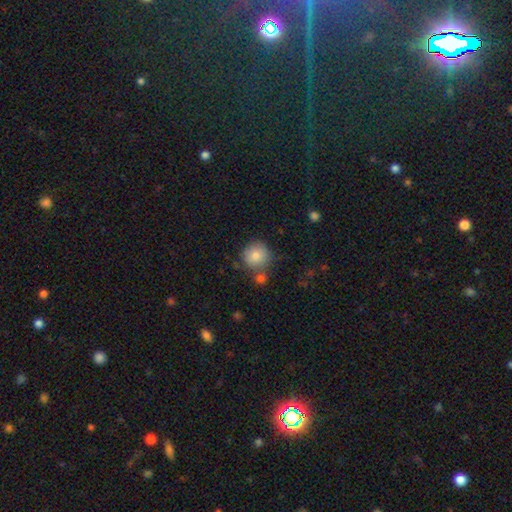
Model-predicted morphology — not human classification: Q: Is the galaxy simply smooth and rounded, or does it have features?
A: smooth — 81%.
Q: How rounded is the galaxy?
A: round — 92%.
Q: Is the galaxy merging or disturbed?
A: none — 70%.